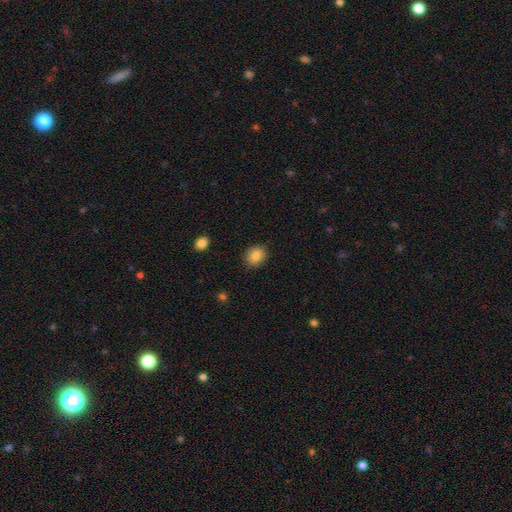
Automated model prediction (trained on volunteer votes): smooth-or-featured: smooth: 86% | star or artifact: 9% | featured or disk: 5%
  how-rounded: round: 62% | in between: 37% | cigar-shaped: 1%
  merging: none: 87% | minor disturbance: 10% | major disturbance: 2% | merger: 1%